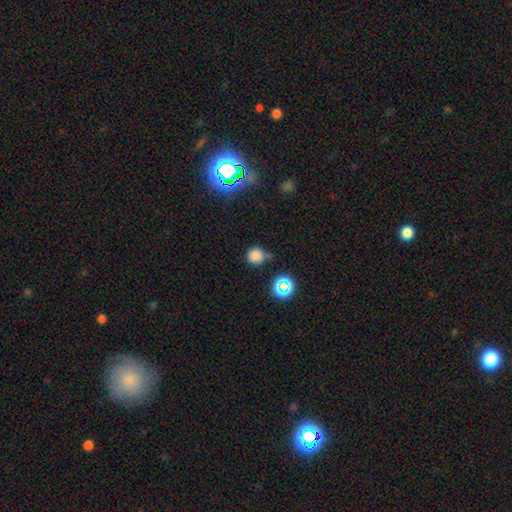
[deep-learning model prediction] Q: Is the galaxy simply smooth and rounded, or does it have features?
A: smooth — 77%.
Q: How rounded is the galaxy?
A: round — 92%.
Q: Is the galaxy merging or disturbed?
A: none — 70%.